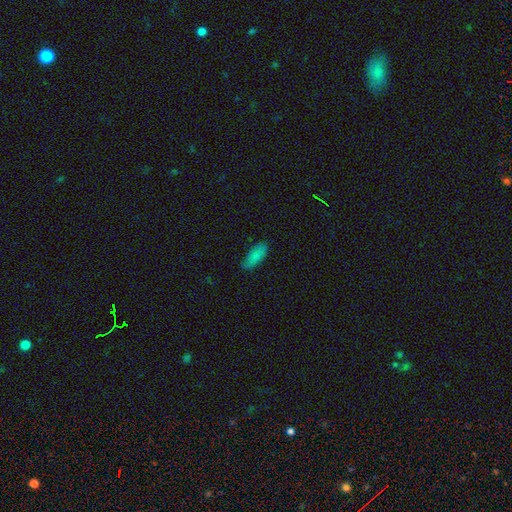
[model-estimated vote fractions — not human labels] Smooth or featured? smooth (84%)
How rounded? in between (74%)
Merging? none (79%)